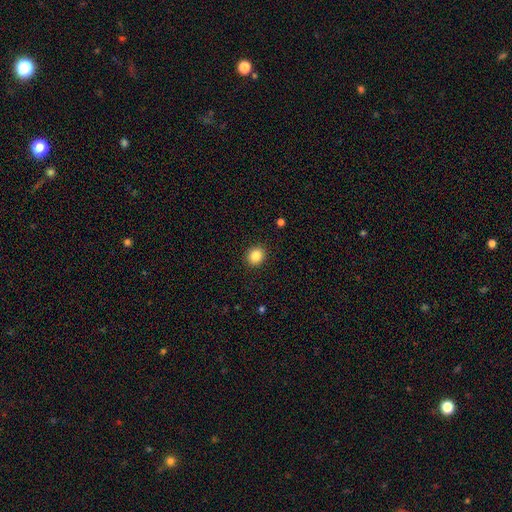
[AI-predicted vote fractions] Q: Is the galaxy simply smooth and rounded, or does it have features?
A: smooth — 85%.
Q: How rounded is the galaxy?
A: round — 74%.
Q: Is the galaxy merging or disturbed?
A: none — 91%.